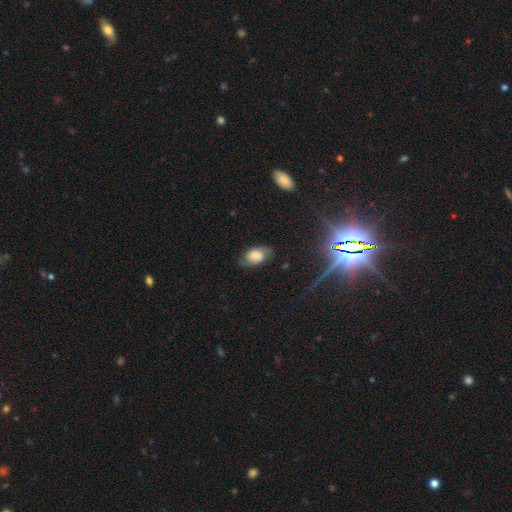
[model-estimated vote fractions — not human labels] smooth 60%, featured or disk 30%, star or artifact 10%. Down the decision tree: how rounded — in between (90%); merging — none (73%).